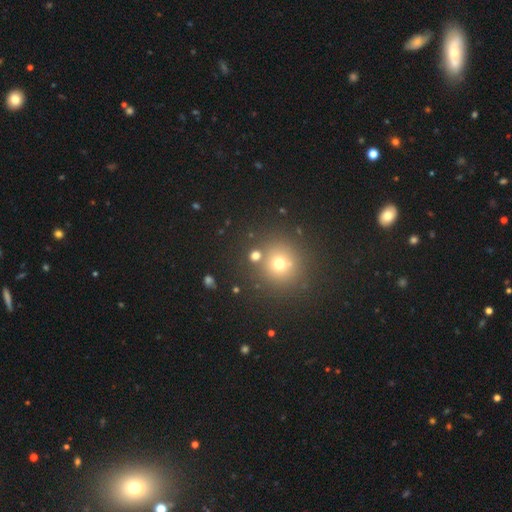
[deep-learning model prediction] A smooth galaxy with no disk features (67%) that is round (90%). Merging: none (77%).